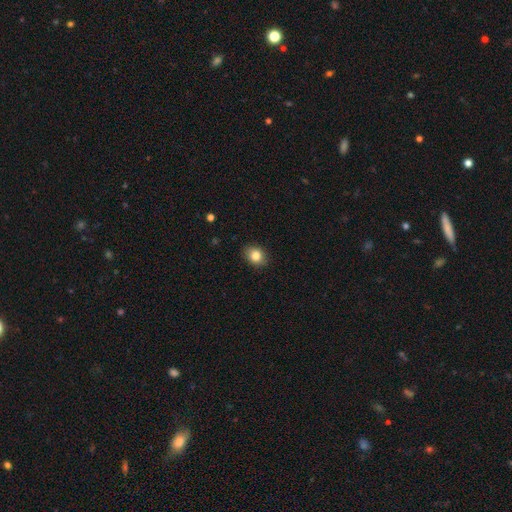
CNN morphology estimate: A smooth galaxy with no disk features (84%) that is in between round and cigar-shaped (52%).

Vote fractions:
- Smooth or featured? smooth: 84% / star or artifact: 10% / featured or disk: 7%
- How rounded? in between: 52% / round: 47% / cigar-shaped: 1%
- Merging? none: 86% / minor disturbance: 10% / major disturbance: 2% / merger: 1%